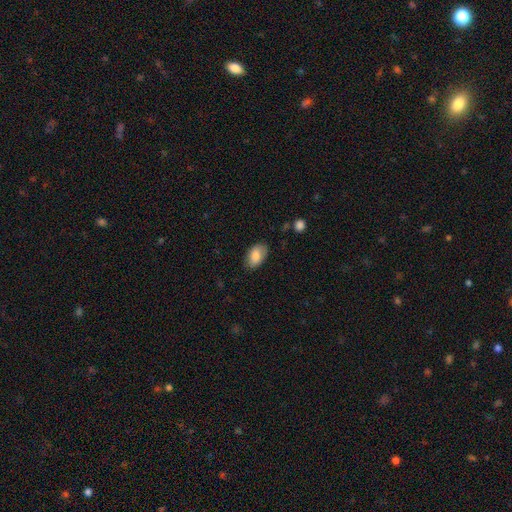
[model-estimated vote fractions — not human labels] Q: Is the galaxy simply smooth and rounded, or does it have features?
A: smooth — 84%.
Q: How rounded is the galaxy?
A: in between — 93%.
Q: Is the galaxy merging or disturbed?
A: none — 80%.